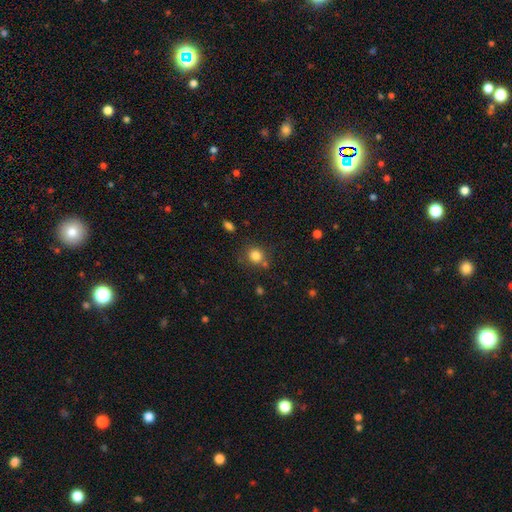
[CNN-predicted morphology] This appears to be a smooth galaxy with no disk features (82%) that is round (85%). Merging: none (71%).